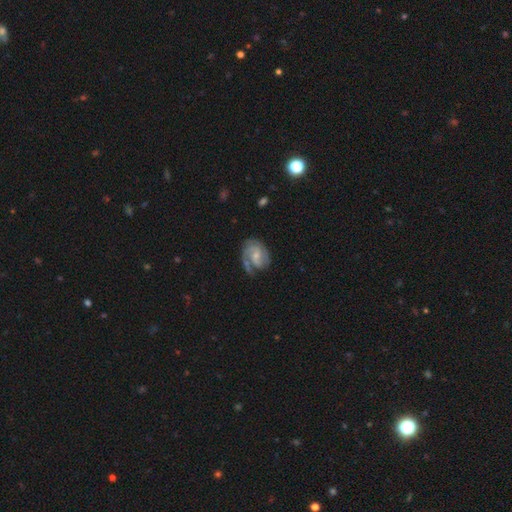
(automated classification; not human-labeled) featured or disk 79%, smooth 15%, star or artifact 6%. Down the decision tree: edge-on disk — no (98%); bar — no (50%); spiral arms — yes (93%); spiral arm count — 2 (46%); spiral winding — tight (45%); bulge size — small (55%); merging — none (55%).